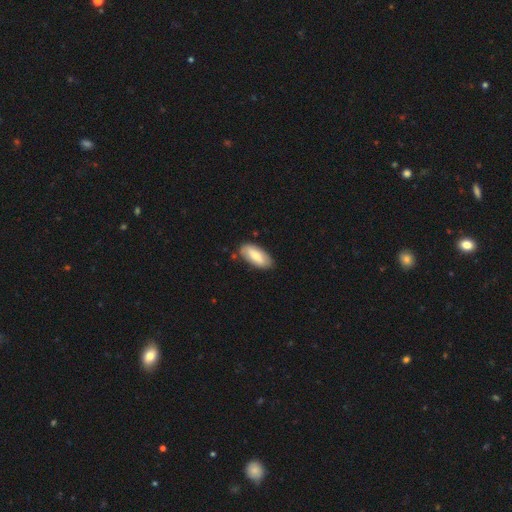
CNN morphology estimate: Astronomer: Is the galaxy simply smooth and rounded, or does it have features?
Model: smooth — 70%.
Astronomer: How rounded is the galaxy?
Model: in between — 88%.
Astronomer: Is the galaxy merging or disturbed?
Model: none — 78%.